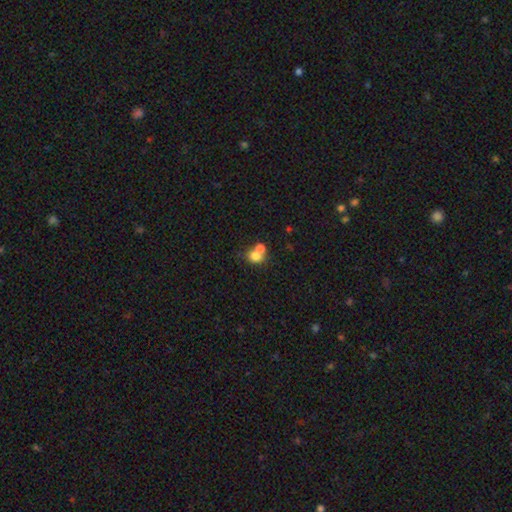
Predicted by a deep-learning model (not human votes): smooth 76%, featured or disk 13%, star or artifact 12%. Down the decision tree: how rounded — round (69%); merging — merger (54%).